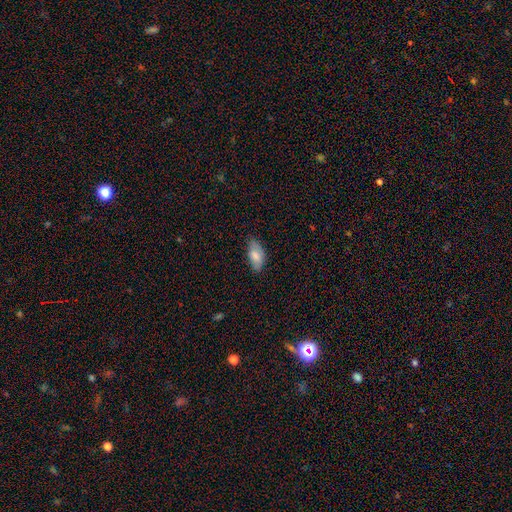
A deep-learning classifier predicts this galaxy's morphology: The model was most divided on "merging": none: 67%, minor disturbance: 26%, major disturbance: 5%, merger: 1%. More confident: how rounded — in between (90%); smooth or featured — smooth (78%).